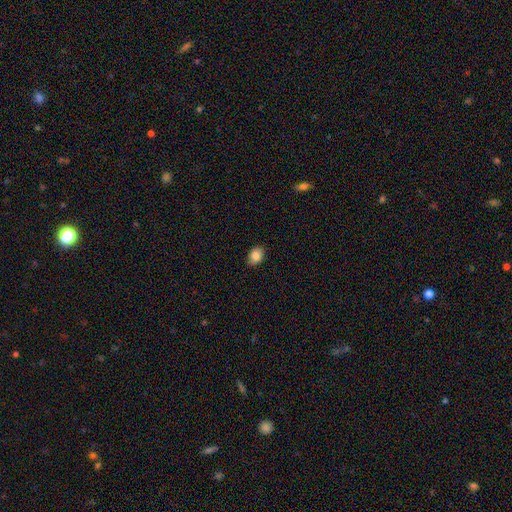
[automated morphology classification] Smooth or featured? Predicted: smooth (p=0.86). How rounded? Predicted: in between (p=0.80). Merging? Predicted: none (p=0.86).